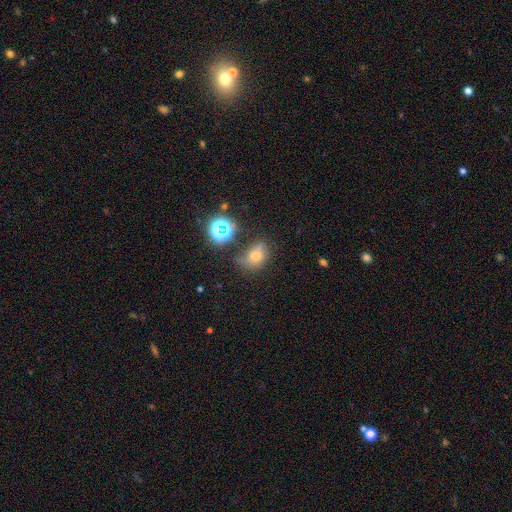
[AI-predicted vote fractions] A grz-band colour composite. It shows a smooth galaxy with no disk features (59%) that is in between round and cigar-shaped (60%). Merging: none (47%).